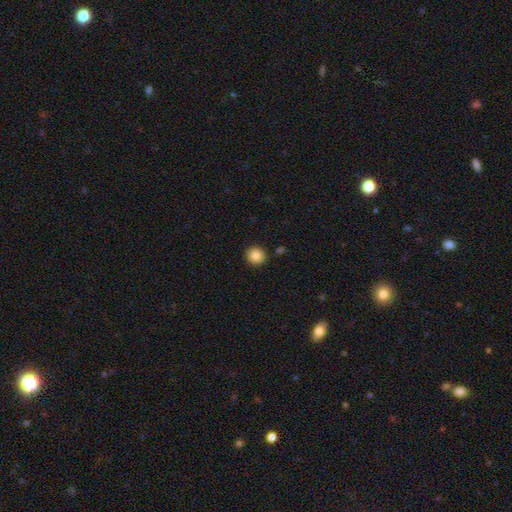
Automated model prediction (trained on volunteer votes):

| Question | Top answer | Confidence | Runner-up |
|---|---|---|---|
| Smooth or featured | smooth | 86% | star or artifact (9%) |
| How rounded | round | 92% | in between (7%) |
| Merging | none | 90% | minor disturbance (6%) |